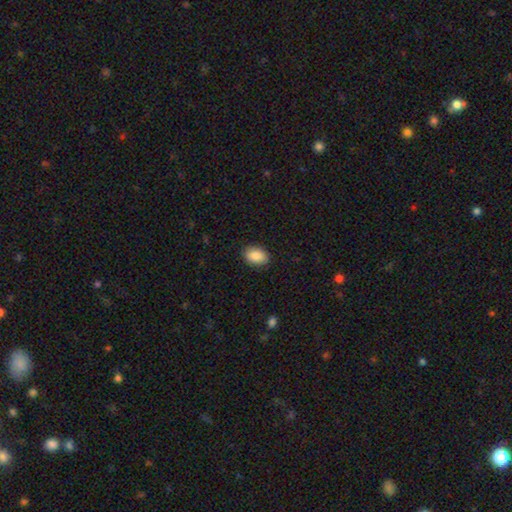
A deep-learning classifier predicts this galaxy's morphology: Smooth or featured: smooth — 88% (star or artifact — 7%)
How rounded: in between — 85% (round — 14%)
Merging: none — 88% (minor disturbance — 9%)